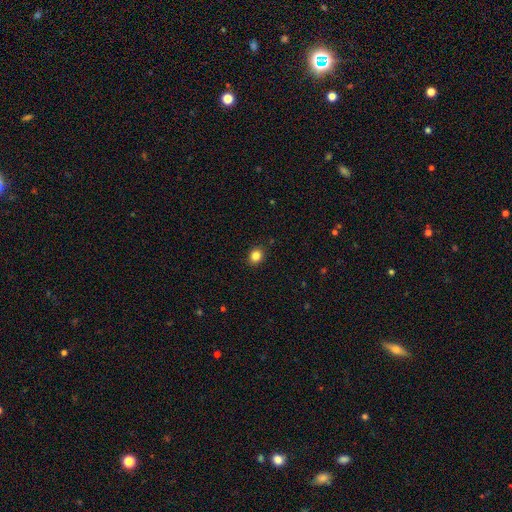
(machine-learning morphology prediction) smooth_or_featured: smooth (p=0.84) [alt: star or artifact p=0.11]
how_rounded: round (p=0.66) [alt: in between p=0.33]
merging: none (p=0.90) [alt: minor disturbance p=0.07]